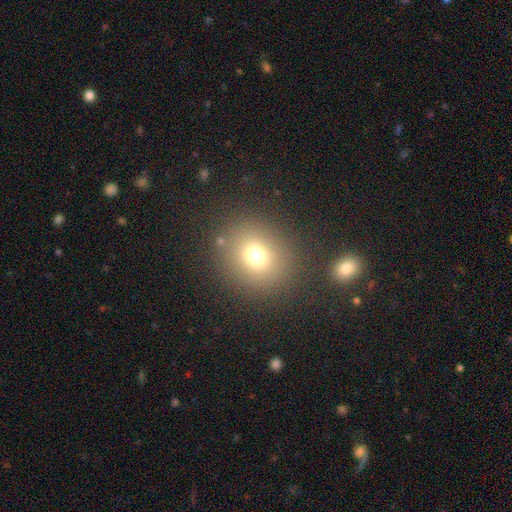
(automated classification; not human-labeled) This is likely a smooth galaxy (73%). How rounded: likely round (74%). Merging: clearly none (82%).